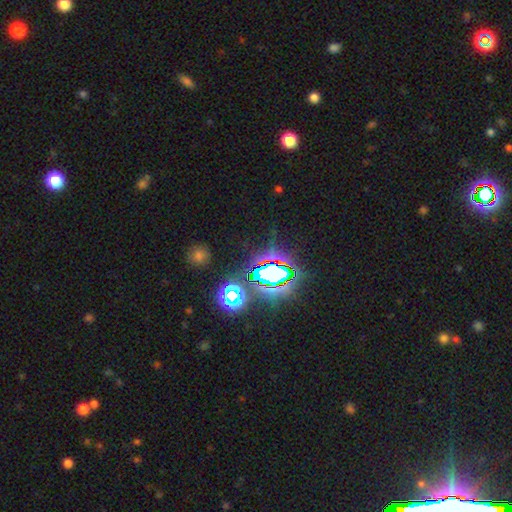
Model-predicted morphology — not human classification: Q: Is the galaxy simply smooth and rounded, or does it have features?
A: star or artifact — 76%.